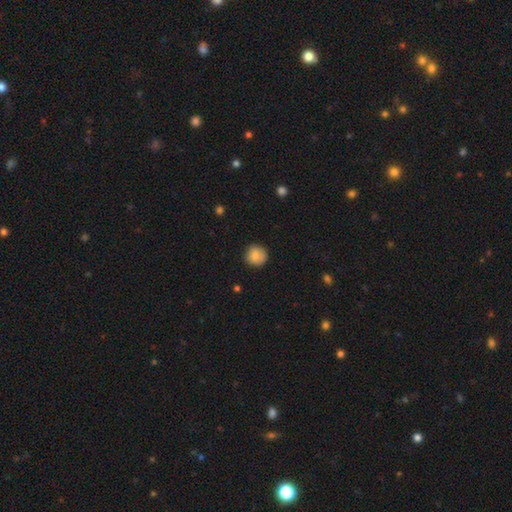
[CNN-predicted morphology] A smooth galaxy with no disk features (86%) that is round (93%).

Vote fractions:
- Smooth or featured? smooth: 86% / star or artifact: 8% / featured or disk: 6%
- How rounded? round: 93% / in between: 6% / cigar-shaped: 1%
- Merging? none: 86% / minor disturbance: 10% / major disturbance: 2% / merger: 1%